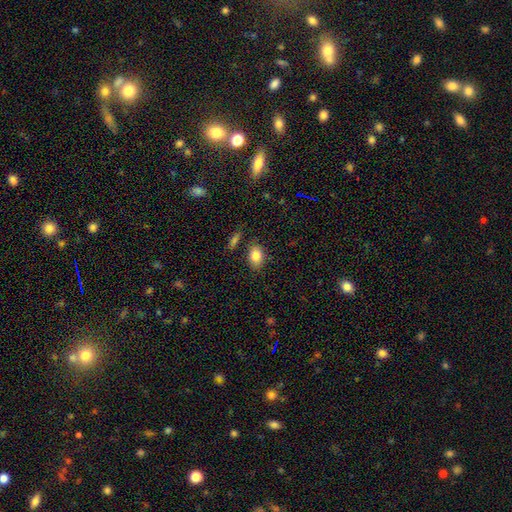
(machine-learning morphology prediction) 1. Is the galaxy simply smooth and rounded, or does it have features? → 84% smooth, 8% star or artifact, 8% featured or disk.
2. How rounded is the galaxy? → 79% in between, 19% round, 2% cigar-shaped.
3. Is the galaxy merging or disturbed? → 80% none, 12% minor disturbance, 5% merger, 3% major disturbance.